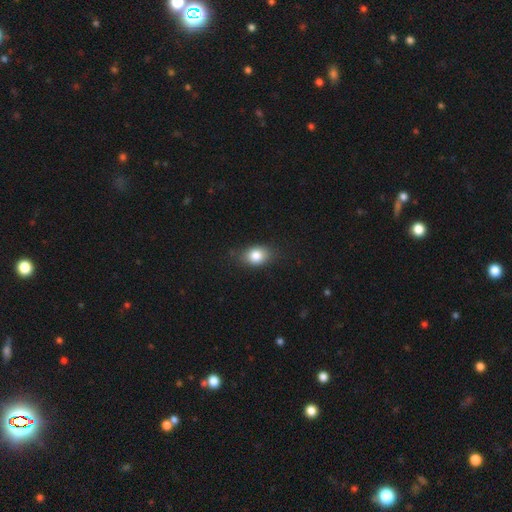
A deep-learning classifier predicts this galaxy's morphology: Smooth or featured: smooth — 82% (star or artifact — 9%)
How rounded: in between — 67% (round — 32%)
Merging: none — 78% (minor disturbance — 17%)